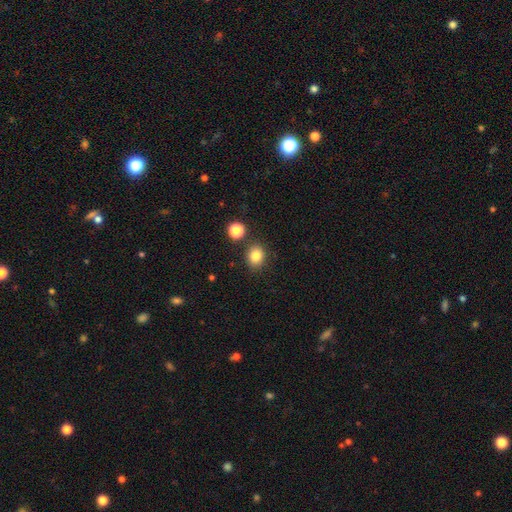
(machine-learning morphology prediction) type=smooth (82%); roundness=round (65%); merging=none (83%).